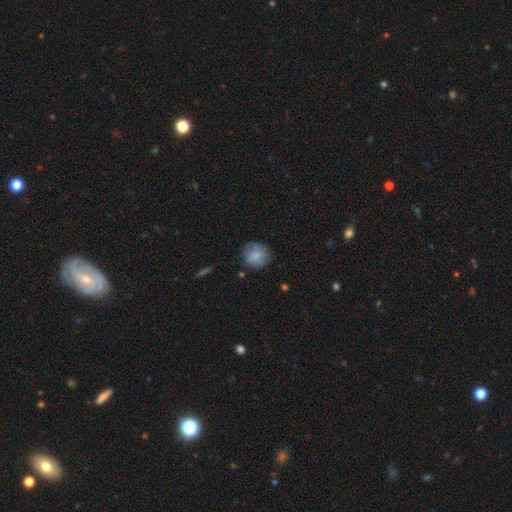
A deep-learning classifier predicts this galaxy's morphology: A smooth galaxy with no disk features (78%) that is round (86%).

Vote fractions:
- Smooth or featured? smooth: 78% / featured or disk: 14% / star or artifact: 8%
- How rounded? round: 86% / in between: 13% / cigar-shaped: 1%
- Merging? none: 78% / minor disturbance: 16% / major disturbance: 4% / merger: 2%